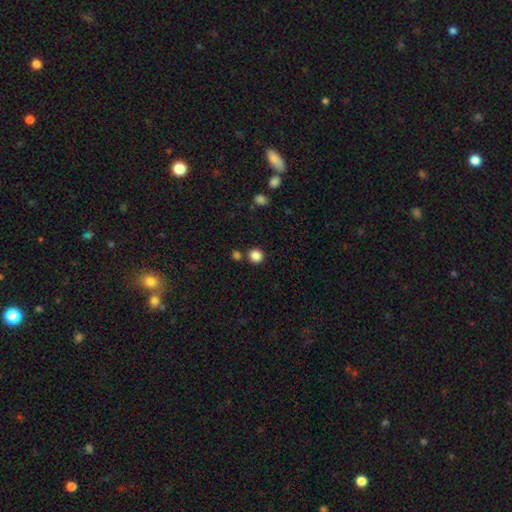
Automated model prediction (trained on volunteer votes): A smooth galaxy with no disk features (86%) that is round (91%).

Vote fractions:
- Smooth or featured? smooth: 86% / star or artifact: 11% / featured or disk: 3%
- How rounded? round: 91% / in between: 8% / cigar-shaped: 1%
- Merging? none: 82% / merger: 8% / minor disturbance: 7% / major disturbance: 3%